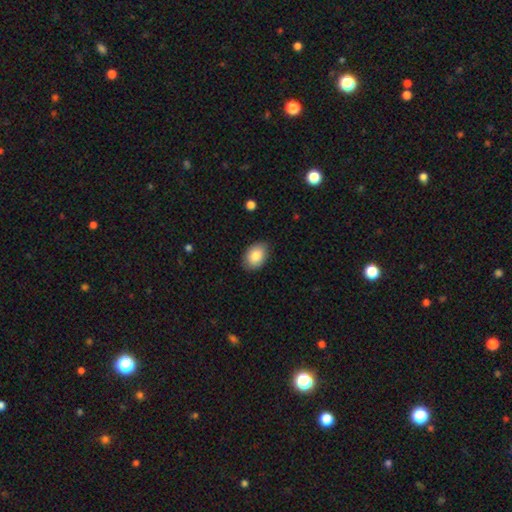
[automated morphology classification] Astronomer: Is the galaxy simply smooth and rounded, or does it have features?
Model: smooth — 84%.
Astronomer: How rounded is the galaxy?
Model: in between — 81%.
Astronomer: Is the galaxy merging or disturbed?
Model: none — 83%.